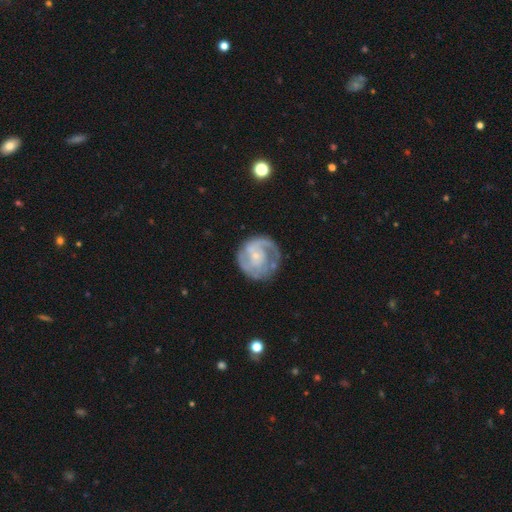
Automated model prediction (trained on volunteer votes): A featured or disk galaxy (80%) with no bar (65%), 2 (52%) tight (47%) spiral arms (91%) and a small central bulge (73%). Merging: none (69%).